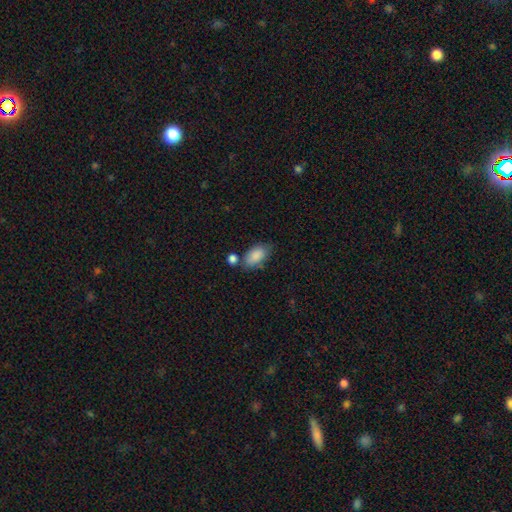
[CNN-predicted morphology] This appears to be a smooth galaxy with no disk features (87%) that is in between round and cigar-shaped (92%). Merging: none (62%).